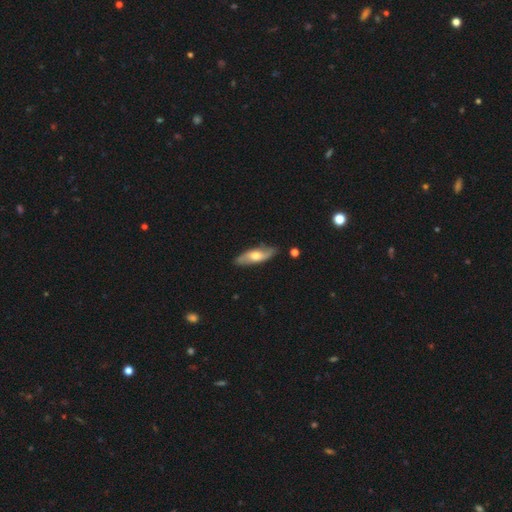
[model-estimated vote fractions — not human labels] This is possibly a featured or disk galaxy (50%). Merging: clearly none (81%).